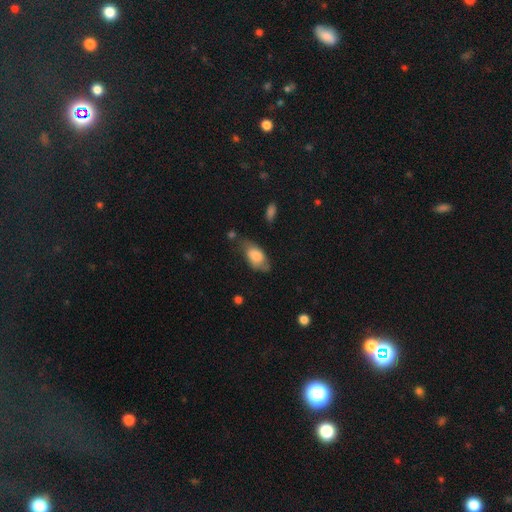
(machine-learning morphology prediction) Smooth or featured? Predicted: smooth (p=0.72). How rounded? Predicted: in between (p=0.92). Merging? Predicted: none (p=0.53).